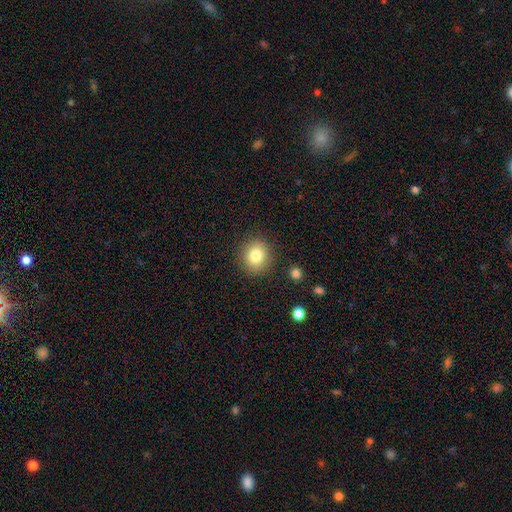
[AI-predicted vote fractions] This appears to be a smooth galaxy with no disk features (81%) that is round (82%). Merging: none (88%).